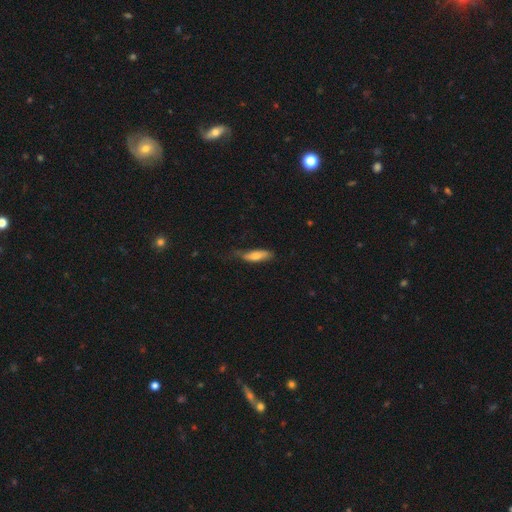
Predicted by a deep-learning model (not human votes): Smooth or featured? smooth (71%)
How rounded? cigar-shaped (59%)
Merging? none (55%)